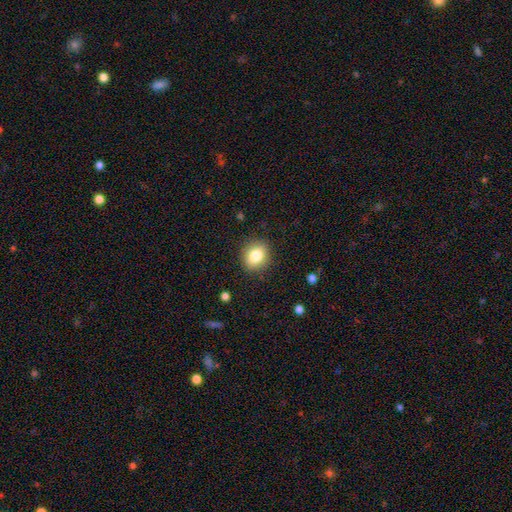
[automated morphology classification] type=smooth (82%); roundness=round (70%); merging=none (88%).